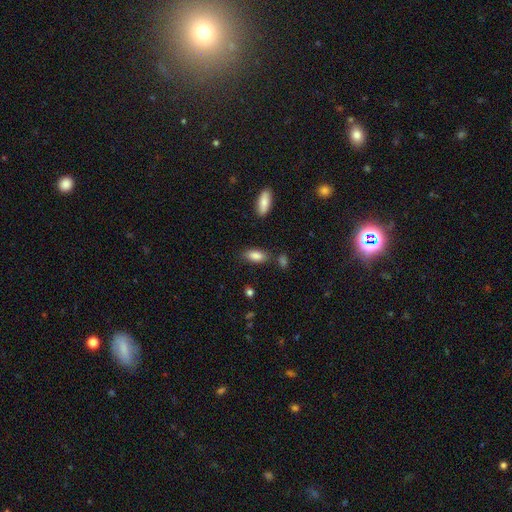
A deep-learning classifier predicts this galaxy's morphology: A smooth galaxy with no disk features (86%) that is in between round and cigar-shaped (85%). Merging: none (76%).